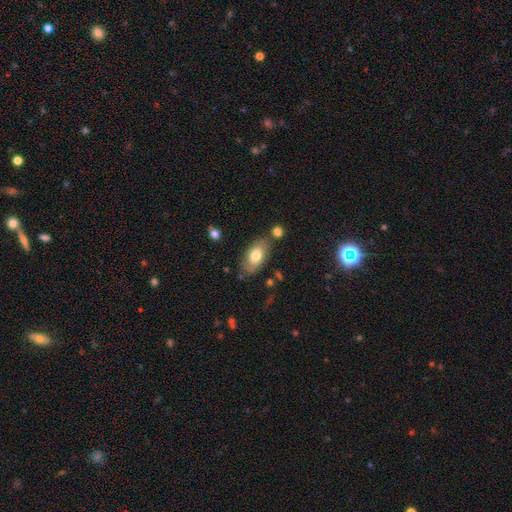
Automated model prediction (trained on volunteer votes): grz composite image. It shows a smooth galaxy with no disk features (73%) that is in between round and cigar-shaped (91%). Merging: none (73%).